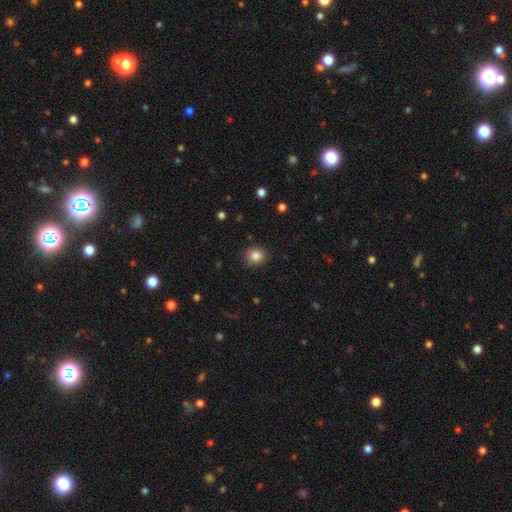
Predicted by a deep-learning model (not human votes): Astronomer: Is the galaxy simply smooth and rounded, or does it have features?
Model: smooth — 85%.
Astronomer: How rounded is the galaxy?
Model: round — 85%.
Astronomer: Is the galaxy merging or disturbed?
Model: none — 89%.